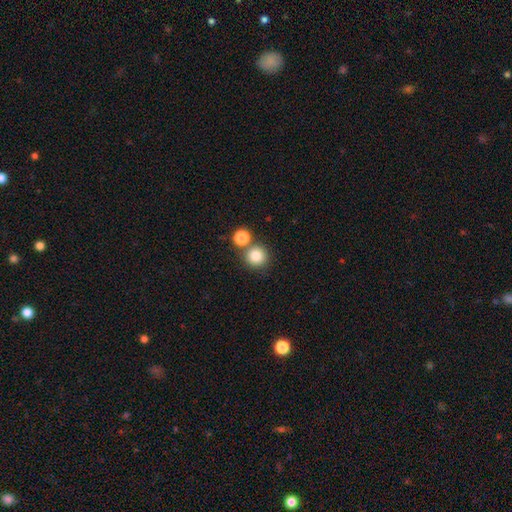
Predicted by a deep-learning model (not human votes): smooth 82%, star or artifact 11%, featured or disk 7%. Down the decision tree: how rounded — round (93%); merging — none (69%).